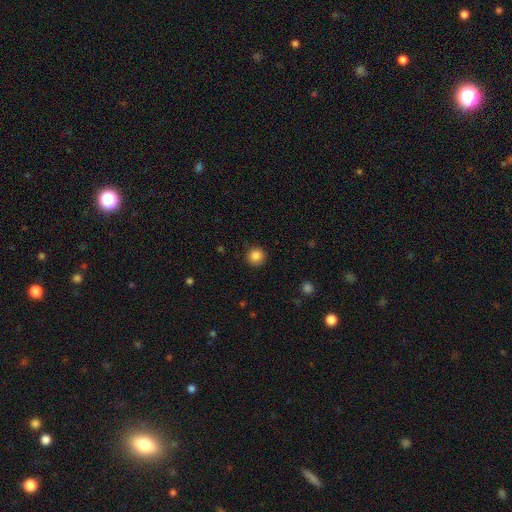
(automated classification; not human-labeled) Q: Smooth or featured?
A: smooth (85%); runner-up: star or artifact (11%)
Q: How rounded?
A: round (94%); runner-up: in between (5%)
Q: Merging?
A: none (91%); runner-up: minor disturbance (6%)